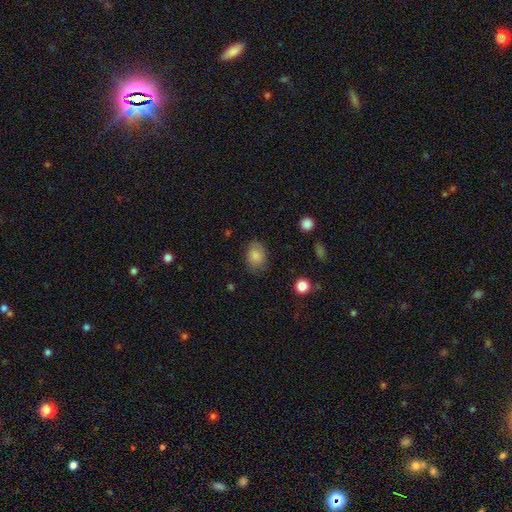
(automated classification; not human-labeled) smooth 86%, star or artifact 9%, featured or disk 6%. Down the decision tree: how rounded — in between (67%); merging — none (79%).